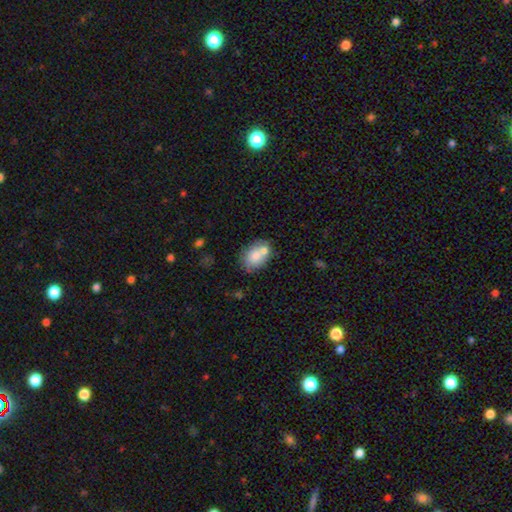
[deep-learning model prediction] Smooth or featured: smooth — 74% (featured or disk — 18%)
How rounded: in between — 76% (round — 23%)
Merging: none — 48% (merger — 32%)